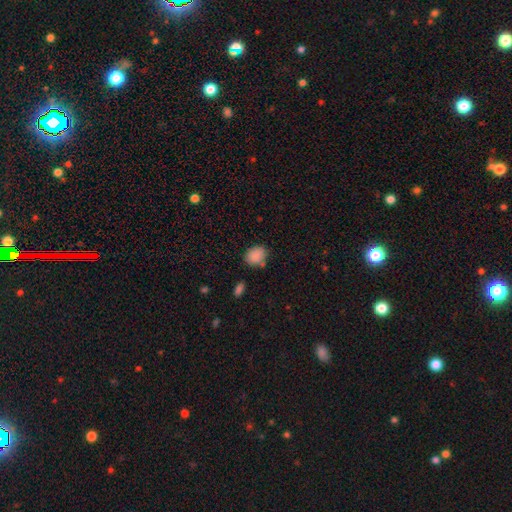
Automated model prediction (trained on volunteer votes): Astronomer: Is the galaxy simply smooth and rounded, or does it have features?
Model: smooth — 87%.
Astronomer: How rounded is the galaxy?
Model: in between — 60% (runner-up: round, 39%).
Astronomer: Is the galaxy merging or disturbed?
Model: none — 73%.